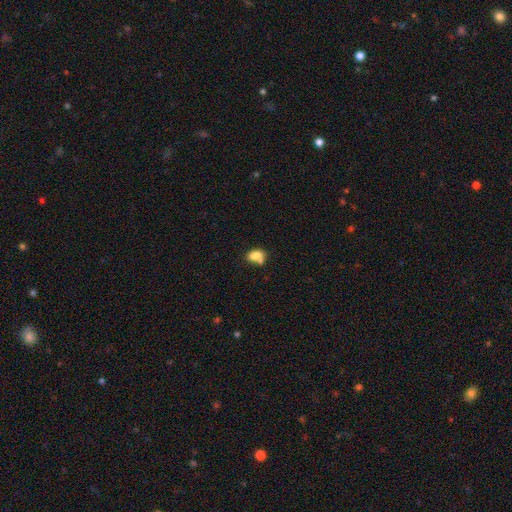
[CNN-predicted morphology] This is likely a smooth galaxy (79%). How rounded: likely in between (74%). Merging: marginally none (41%).